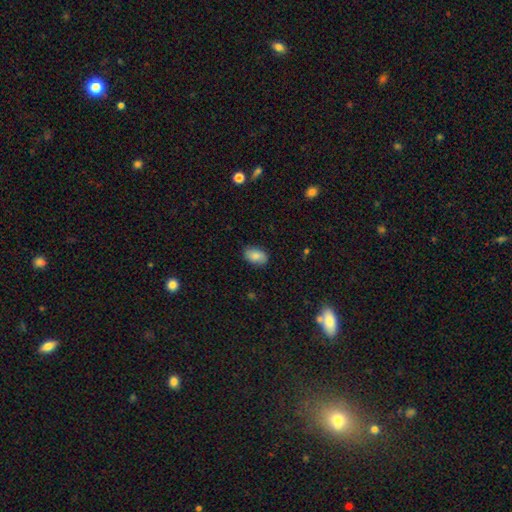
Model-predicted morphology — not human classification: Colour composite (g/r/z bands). It shows a smooth galaxy with no disk features (84%) that is in between round and cigar-shaped (90%). Merging: none (84%).